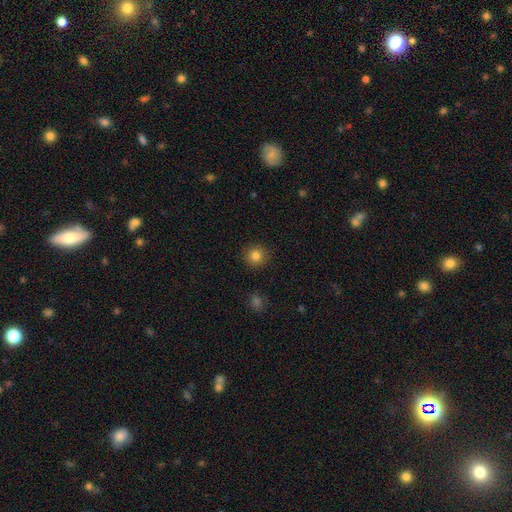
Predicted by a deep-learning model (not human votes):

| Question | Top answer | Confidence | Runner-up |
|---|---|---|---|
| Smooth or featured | smooth | 82% | star or artifact (12%) |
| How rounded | round | 93% | in between (6%) |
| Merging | none | 91% | minor disturbance (6%) |